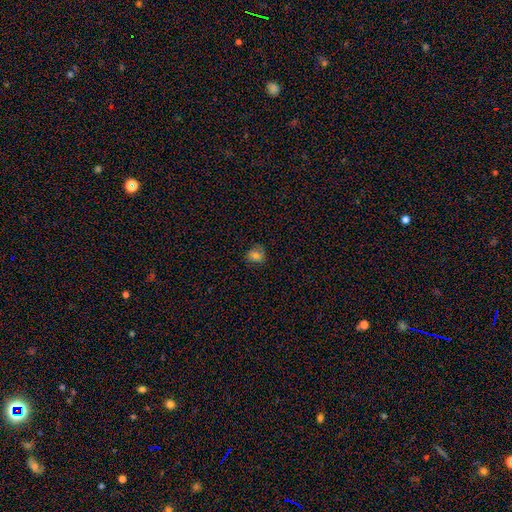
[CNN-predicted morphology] The model was most divided on "smooth or featured": smooth: 61%, star or artifact: 28%, featured or disk: 11%. More confident: how rounded — round (77%); merging — none (77%).